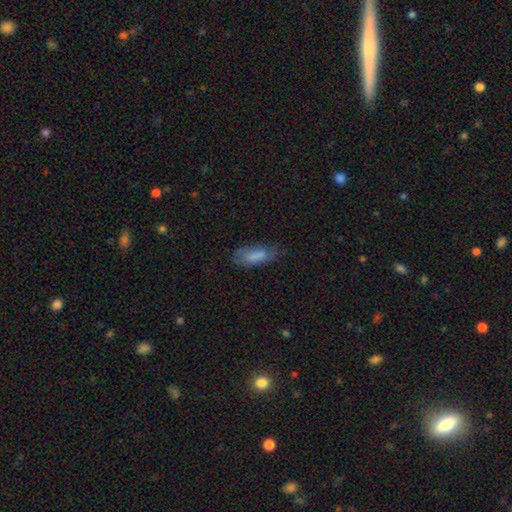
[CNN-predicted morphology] Overall: smooth (76%). How rounded: in between (75%). Merging: none (60%; minor disturbance 27%).